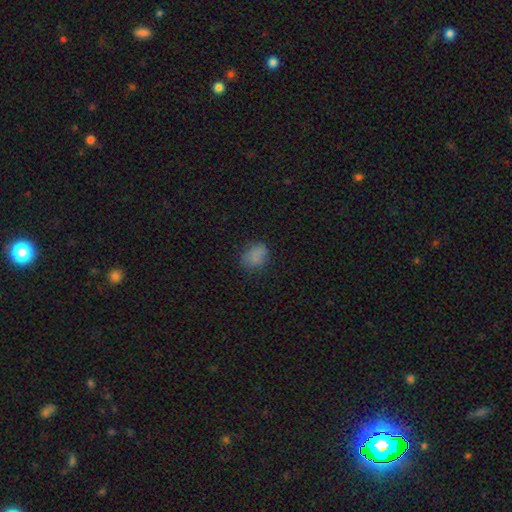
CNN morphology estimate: smooth-or-featured: smooth: 79% | star or artifact: 13% | featured or disk: 8%
  how-rounded: in between: 60% | round: 38% | cigar-shaped: 1%
  merging: none: 70% | minor disturbance: 21% | major disturbance: 6% | merger: 2%